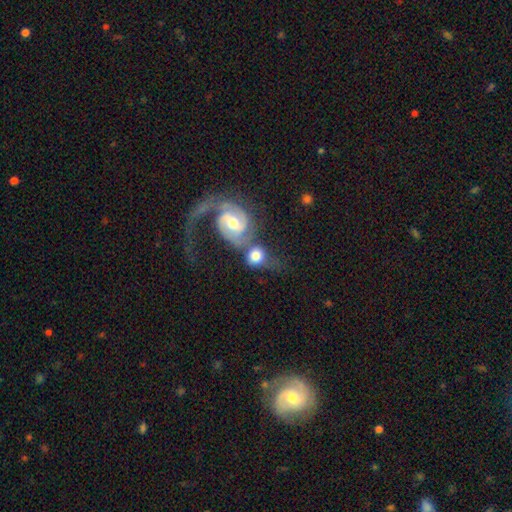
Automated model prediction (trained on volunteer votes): Smooth or featured? Predicted: smooth (p=0.50). How rounded? Predicted: round (p=0.68). Merging? Predicted: merger (p=0.50).